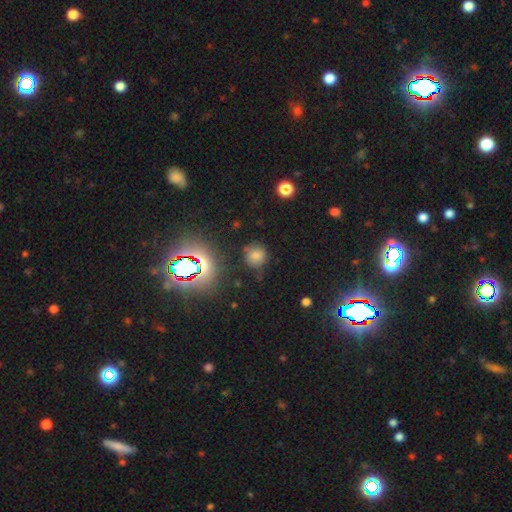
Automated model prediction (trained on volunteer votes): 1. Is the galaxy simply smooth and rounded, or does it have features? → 70% smooth, 22% star or artifact, 8% featured or disk.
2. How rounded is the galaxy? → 86% round, 13% in between, 1% cigar-shaped.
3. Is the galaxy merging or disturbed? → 71% none, 19% minor disturbance, 6% major disturbance, 5% merger.